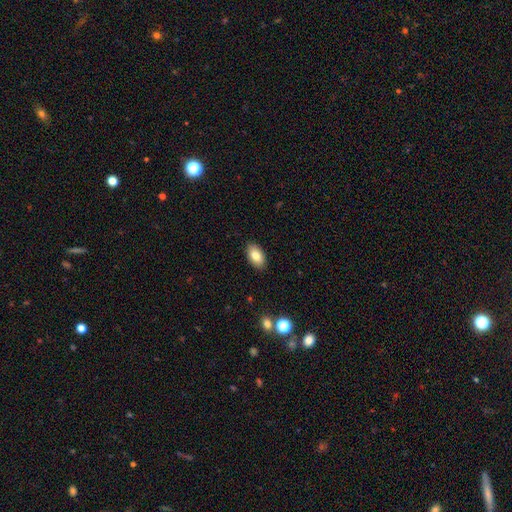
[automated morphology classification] Smooth or featured: smooth — 82% (featured or disk — 10%)
How rounded: in between — 93% (round — 5%)
Merging: none — 89% (minor disturbance — 8%)